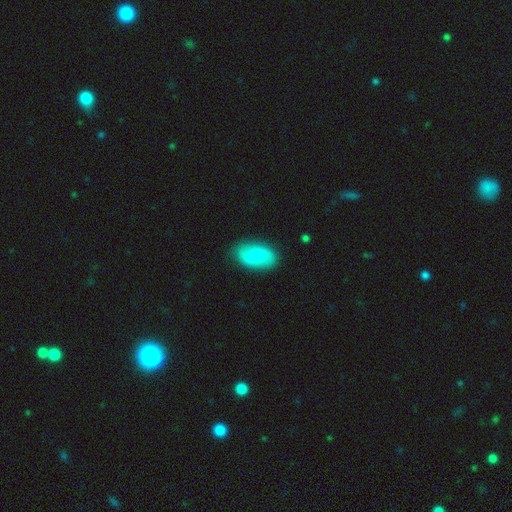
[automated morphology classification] Smooth or featured?
  - smooth: 70% *
  - featured or disk: 23%
  - star or artifact: 7%
How rounded?
  - in between: 94% *
  - round: 4%
  - cigar-shaped: 2%
Merging?
  - none: 83% *
  - minor disturbance: 13%
  - major disturbance: 3%
  - merger: 1%